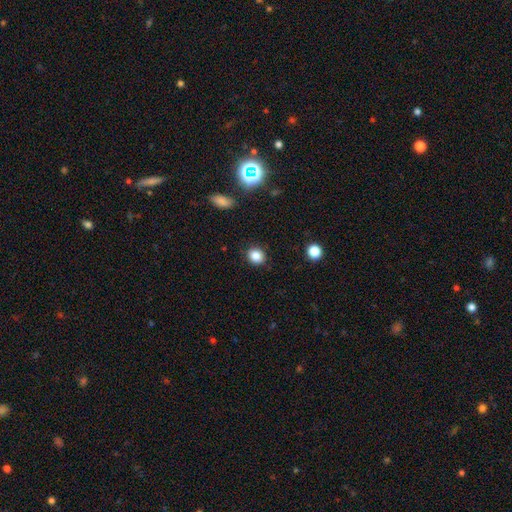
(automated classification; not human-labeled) Smooth or featured: smooth — 84% (star or artifact — 11%)
How rounded: round — 76% (in between — 23%)
Merging: none — 90% (minor disturbance — 7%)